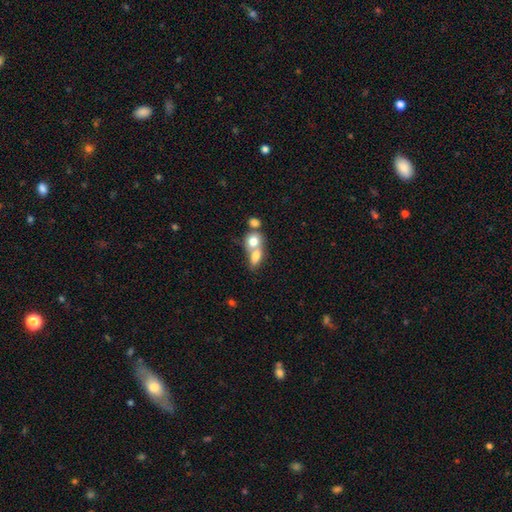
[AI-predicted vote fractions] smooth_or_featured: smooth (p=0.73) [alt: featured or disk p=0.18]
how_rounded: in between (p=0.62) [alt: round p=0.34]
merging: merger (p=0.70) [alt: none p=0.20]